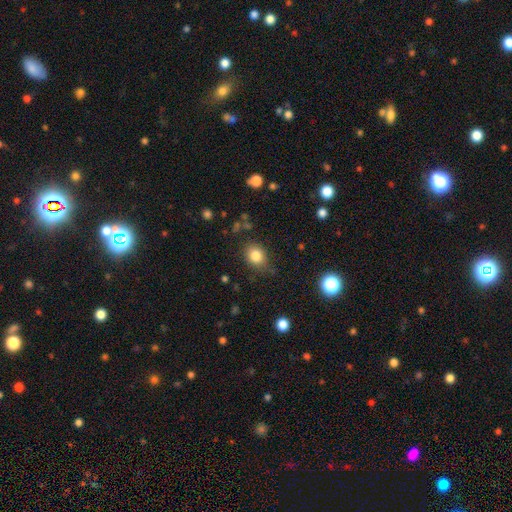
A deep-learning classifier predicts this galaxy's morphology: This is clearly a smooth galaxy (82%). How rounded: possibly round (58%). Merging: likely none (77%).